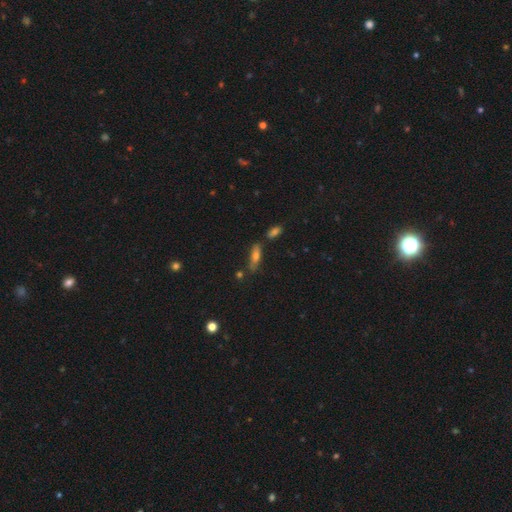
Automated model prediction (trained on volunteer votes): Smooth or featured: smooth — 59% (featured or disk — 28%)
How rounded: cigar-shaped — 49% (in between — 47%)
Merging: none — 65% (minor disturbance — 17%)